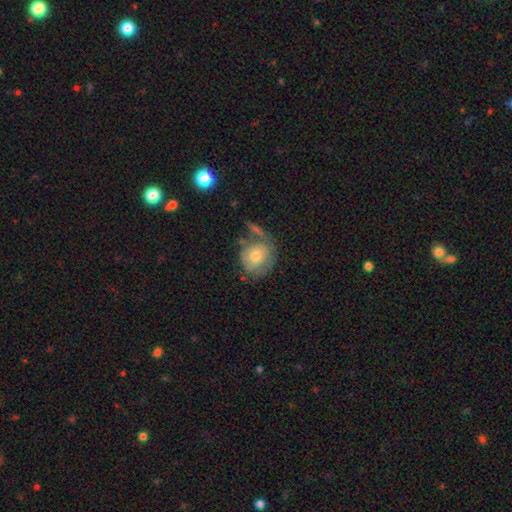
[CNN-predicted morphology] Q: Smooth or featured?
A: smooth (62%); runner-up: featured or disk (31%)
Q: How rounded?
A: round (79%); runner-up: in between (20%)
Q: Merging?
A: none (49%); runner-up: minor disturbance (21%)